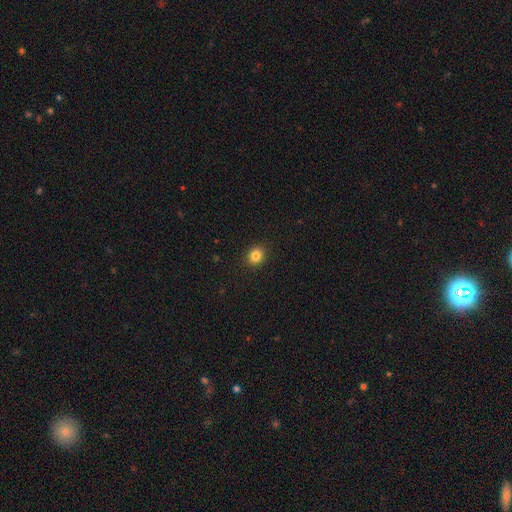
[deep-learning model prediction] This is clearly a smooth galaxy (83%). How rounded: likely round (74%). Merging: clearly none (91%).